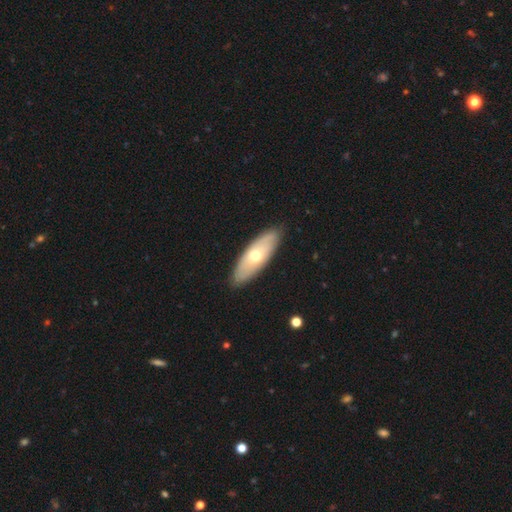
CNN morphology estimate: Smooth or featured? Predicted: smooth (p=0.52). How rounded? Predicted: in between (p=0.68). Merging? Predicted: none (p=0.87).